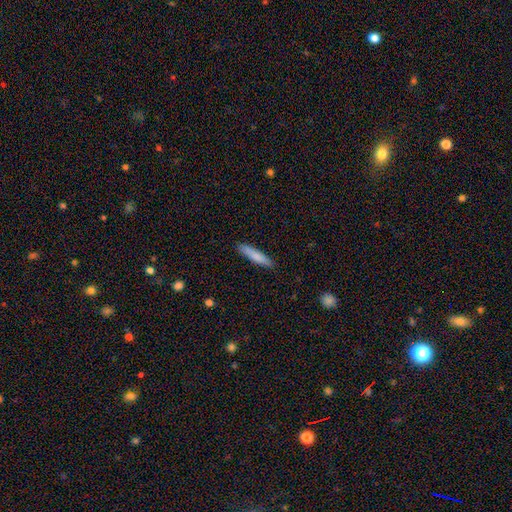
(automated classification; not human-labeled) This is likely a smooth galaxy (79%). How rounded: clearly cigar-shaped (88%). Merging: clearly none (88%).